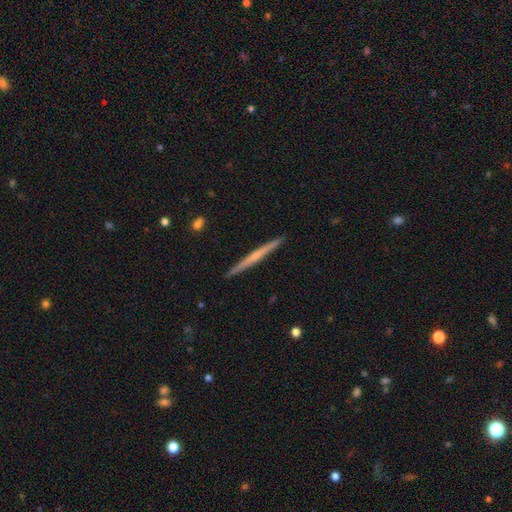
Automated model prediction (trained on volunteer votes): Smooth or featured: featured or disk — 59% (smooth — 35%)
Edge-on disk: yes — 98% (no — 2%)
Edge-on bulge: none — 64% (rounded — 31%)
Merging: none — 93% (minor disturbance — 5%)